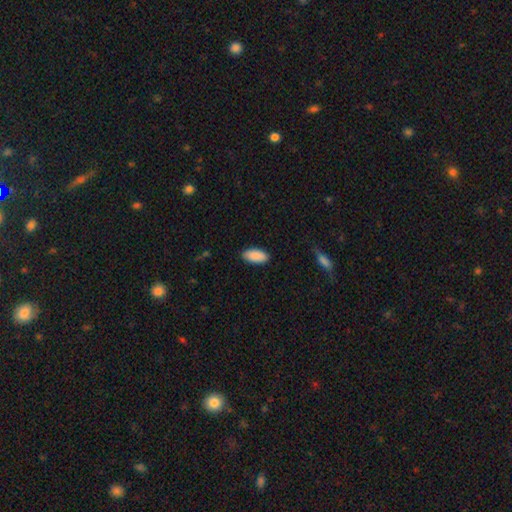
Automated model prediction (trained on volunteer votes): A smooth galaxy with no disk features (90%) that is in between round and cigar-shaped (92%).

Vote fractions:
- Smooth or featured? smooth: 90% / star or artifact: 6% / featured or disk: 4%
- How rounded? in between: 92% / cigar-shaped: 6% / round: 2%
- Merging? none: 88% / minor disturbance: 9% / major disturbance: 2% / merger: 1%